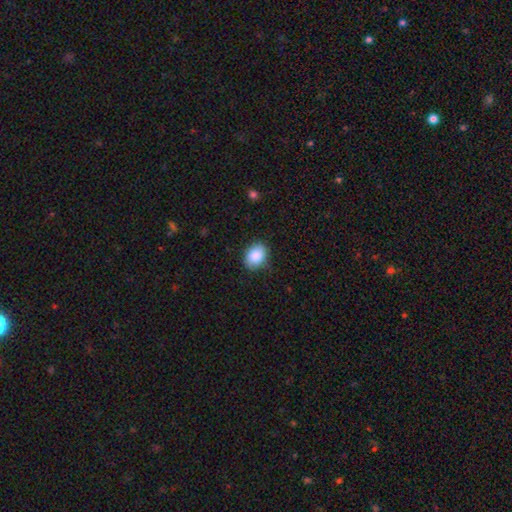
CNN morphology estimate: This is clearly a smooth galaxy (87%). How rounded: likely in between (71%). Merging: clearly none (84%).